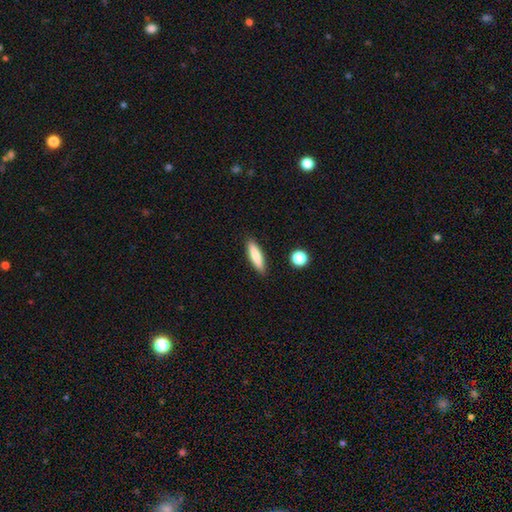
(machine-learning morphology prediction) Smooth or featured?
  - smooth: 79% *
  - featured or disk: 14%
  - star or artifact: 6%
How rounded?
  - cigar-shaped: 72% *
  - in between: 26%
  - round: 2%
Merging?
  - none: 88% *
  - minor disturbance: 8%
  - major disturbance: 2%
  - merger: 2%